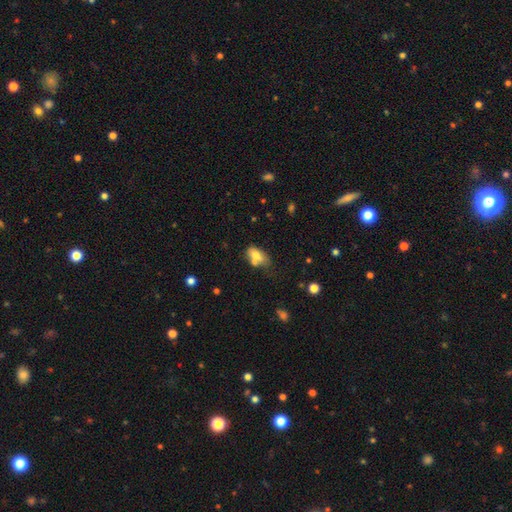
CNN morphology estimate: smooth 72%, featured or disk 18%, star or artifact 9%. Down the decision tree: how rounded — in between (87%); merging — none (39%).